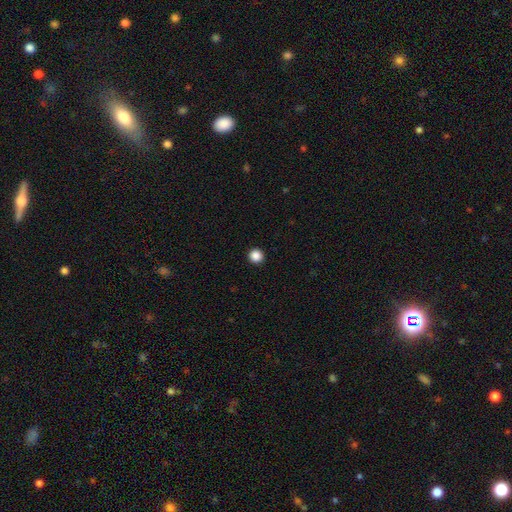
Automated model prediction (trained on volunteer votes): smooth-or-featured: smooth: 87% | star or artifact: 10% | featured or disk: 3%
  how-rounded: round: 95% | in between: 4% | cigar-shaped: 1%
  merging: none: 94% | minor disturbance: 4% | major disturbance: 1% | merger: 1%